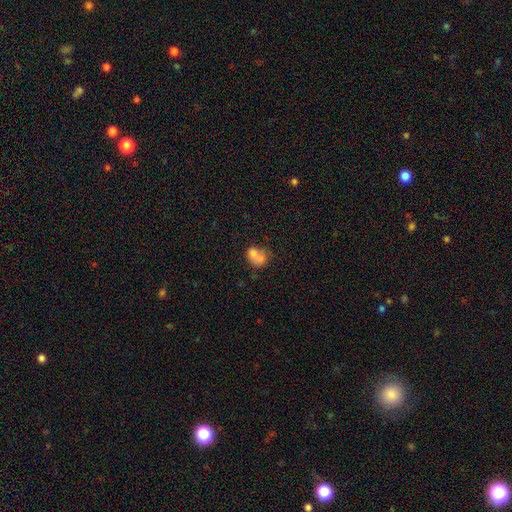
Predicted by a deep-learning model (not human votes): Q: Smooth or featured?
A: smooth (71%); runner-up: featured or disk (19%)
Q: How rounded?
A: round (50%); runner-up: in between (49%)
Q: Merging?
A: merger (62%); runner-up: none (22%)